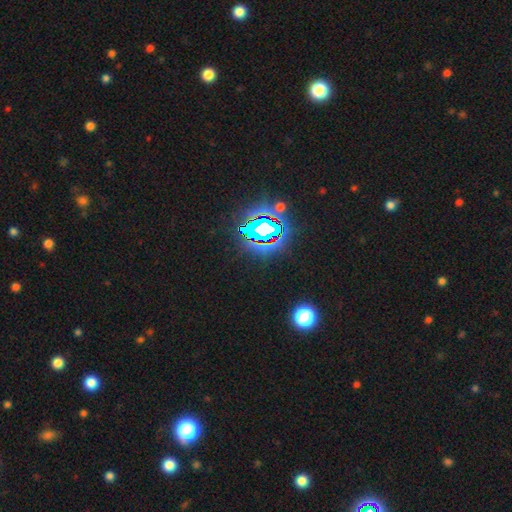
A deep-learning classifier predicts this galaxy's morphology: Smooth or featured? star or artifact (83%)